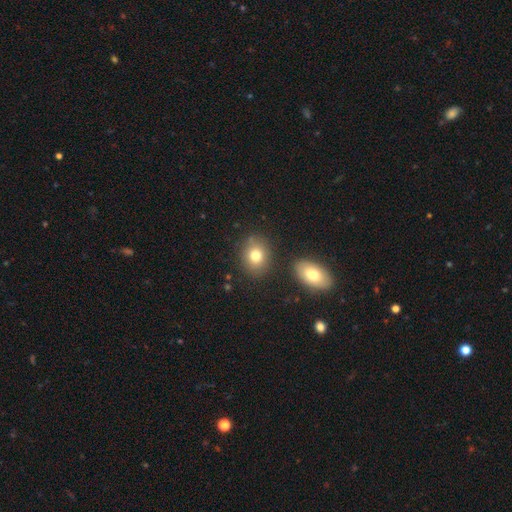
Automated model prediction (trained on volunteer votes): Smooth or featured: smooth — 79% (featured or disk — 11%)
How rounded: round — 55% (in between — 44%)
Merging: none — 79% (minor disturbance — 10%)